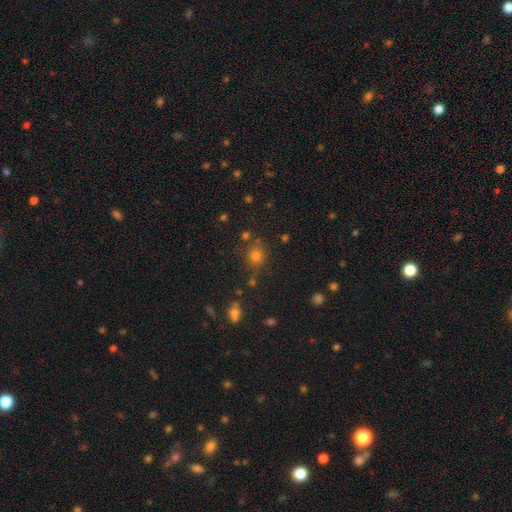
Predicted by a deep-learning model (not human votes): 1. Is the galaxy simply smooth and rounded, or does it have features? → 69% smooth, 24% star or artifact, 7% featured or disk.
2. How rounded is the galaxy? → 85% round, 14% in between, 1% cigar-shaped.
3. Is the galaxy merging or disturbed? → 75% none, 12% minor disturbance, 8% merger, 5% major disturbance.